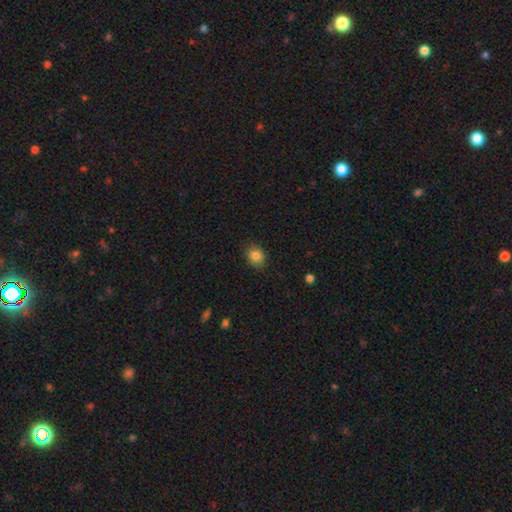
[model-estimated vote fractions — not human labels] Smooth or featured: smooth — 84% (star or artifact — 10%)
How rounded: round — 59% (in between — 40%)
Merging: none — 84% (minor disturbance — 12%)